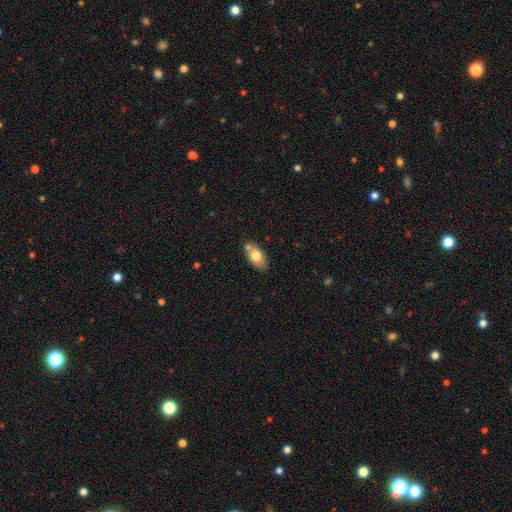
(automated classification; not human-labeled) Smooth or featured? smooth (71%)
How rounded? in between (88%)
Merging? none (61%)